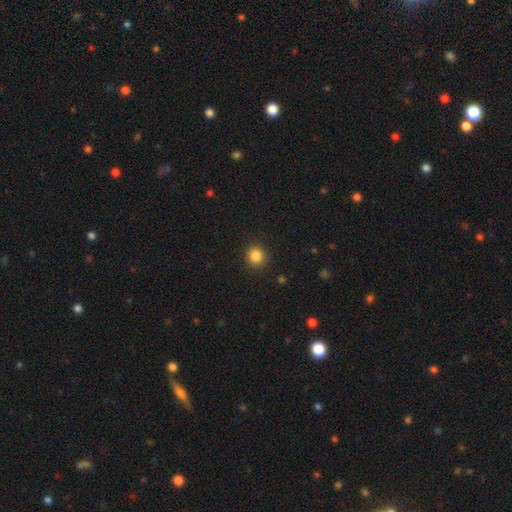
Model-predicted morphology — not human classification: This is clearly a smooth galaxy (85%). How rounded: clearly round (88%). Merging: clearly none (90%).